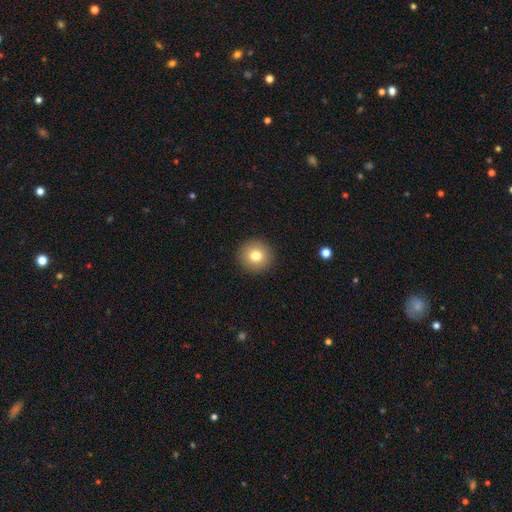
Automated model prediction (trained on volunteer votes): smooth-or-featured: smooth: 78% | featured or disk: 11% | star or artifact: 11%
  how-rounded: round: 94% | in between: 5% | cigar-shaped: 1%
  merging: none: 92% | minor disturbance: 5% | major disturbance: 2% | merger: 1%